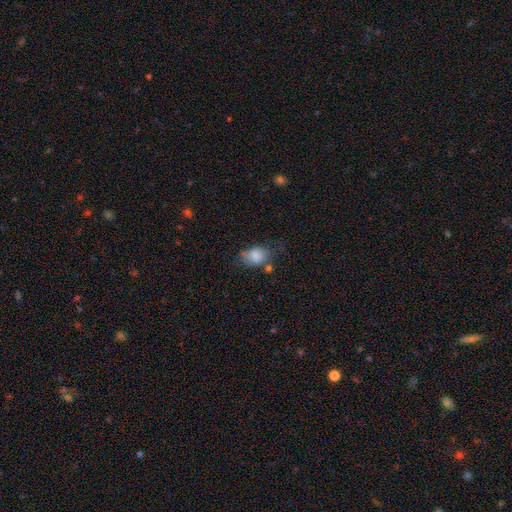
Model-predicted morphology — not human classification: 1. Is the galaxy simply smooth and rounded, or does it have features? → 80% smooth, 12% featured or disk, 9% star or artifact.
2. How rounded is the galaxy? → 76% in between, 22% round, 1% cigar-shaped.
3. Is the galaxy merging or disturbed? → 49% none, 30% minor disturbance, 13% major disturbance, 8% merger.